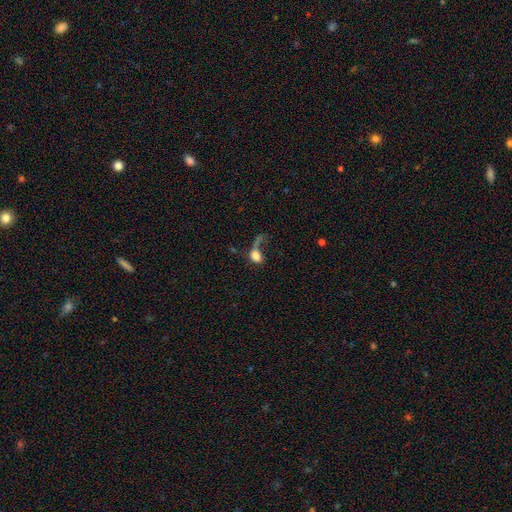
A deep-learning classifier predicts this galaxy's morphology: The model was most divided on "merging": major disturbance: 49%, none: 23%, merger: 15%, minor disturbance: 13%. More confident: how rounded — in between (72%); smooth or featured — smooth (67%).